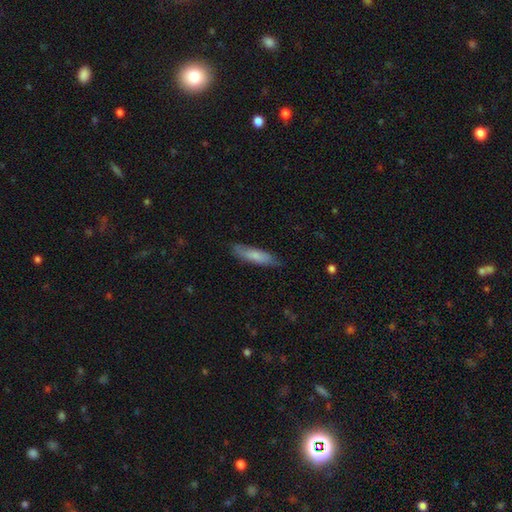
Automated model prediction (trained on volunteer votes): smooth 75%, featured or disk 19%, star or artifact 5%. Down the decision tree: how rounded — cigar-shaped (74%); merging — none (81%).